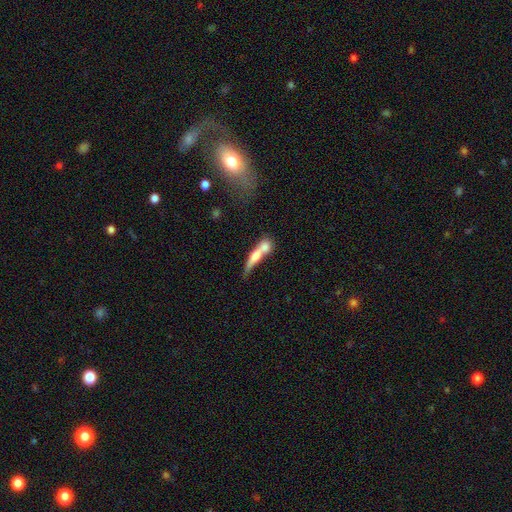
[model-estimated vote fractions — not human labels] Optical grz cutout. It shows a smooth galaxy with no disk features (57%) that is cigar-shaped (66%). Merging: merger (57%).